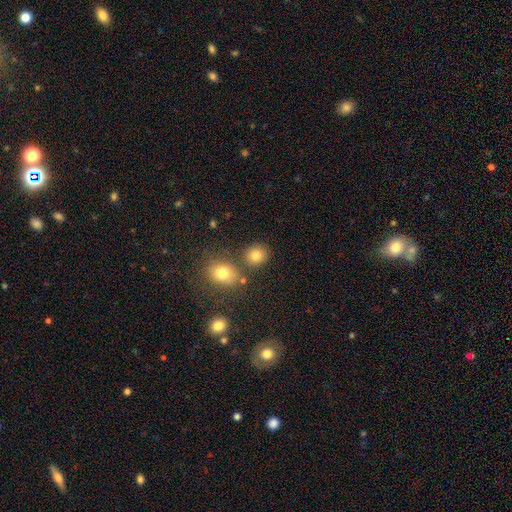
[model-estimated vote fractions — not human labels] The model was most divided on "how rounded": round: 78%, in between: 21%, cigar-shaped: 1%. More confident: smooth or featured — smooth (80%); merging — none (78%).